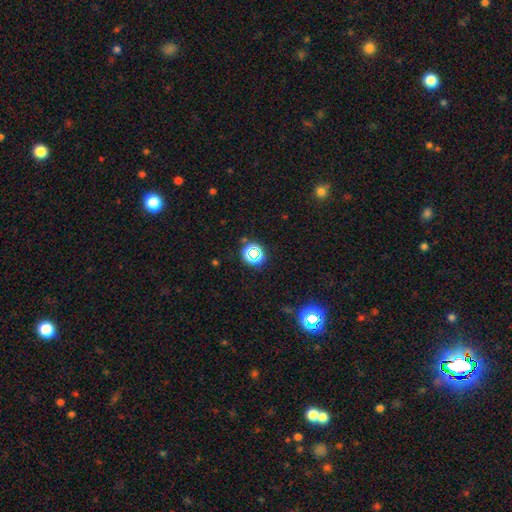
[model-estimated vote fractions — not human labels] smooth-or-featured: star or artifact: 59% | smooth: 31% | featured or disk: 10%